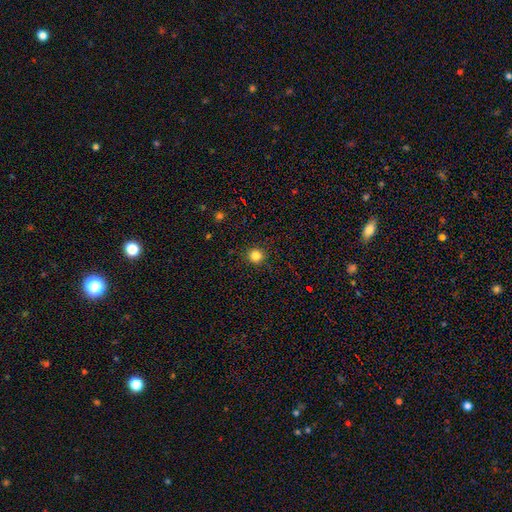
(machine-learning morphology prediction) Smooth or featured? Predicted: smooth (p=0.83). How rounded? Predicted: round (p=0.94). Merging? Predicted: none (p=0.92).